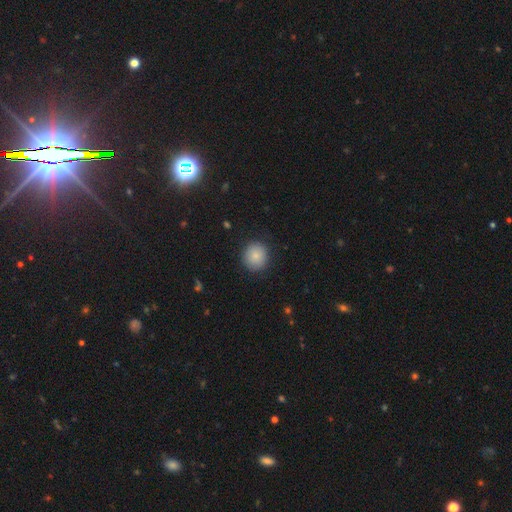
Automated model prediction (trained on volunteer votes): smooth 85%, star or artifact 8%, featured or disk 7%. Down the decision tree: how rounded — round (88%); merging — none (88%).